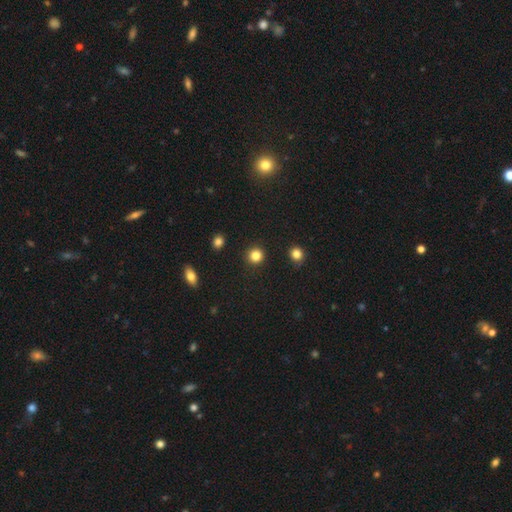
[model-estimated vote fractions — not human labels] The model was most divided on "smooth or featured": smooth: 84%, star or artifact: 12%, featured or disk: 4%. More confident: how rounded — round (93%); merging — none (92%).